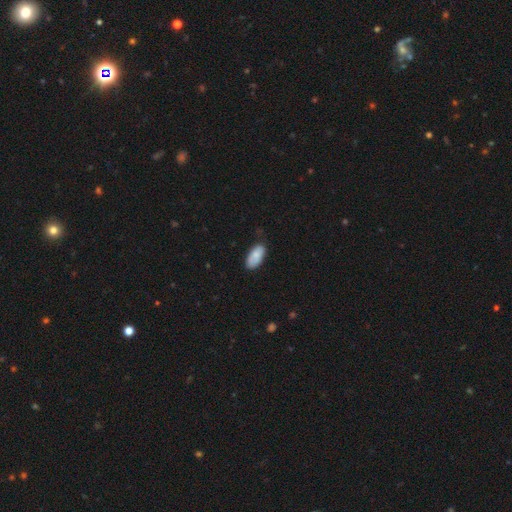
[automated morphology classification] A smooth galaxy with no disk features (84%) that is in between round and cigar-shaped (93%). Merging: none (76%).